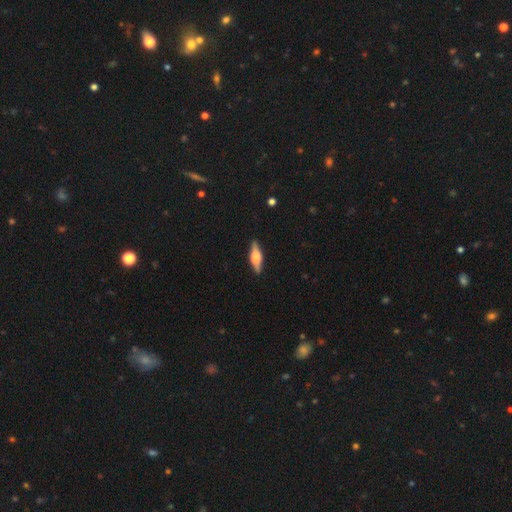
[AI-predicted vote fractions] smooth_or_featured: featured or disk (p=0.58) [alt: smooth p=0.36]
disk_edge_on: yes (p=0.94) [alt: no p=0.06]
edge_on_bulge: rounded (p=0.86) [alt: boxy p=0.12]
merging: none (p=0.87) [alt: minor disturbance p=0.10]